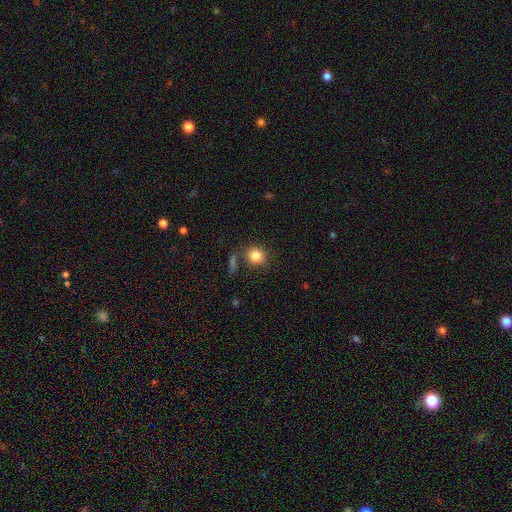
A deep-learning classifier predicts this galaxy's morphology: This appears to be a smooth galaxy with no disk features (84%) that is round (82%). Merging: none (78%).